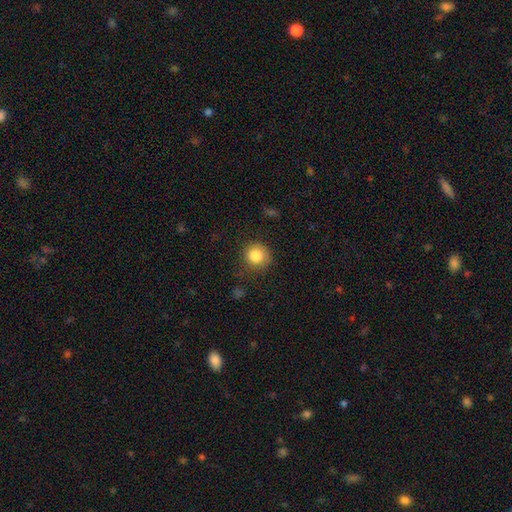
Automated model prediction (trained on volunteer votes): This appears to be a smooth galaxy with no disk features (84%) that is round (90%). Merging: none (76%).